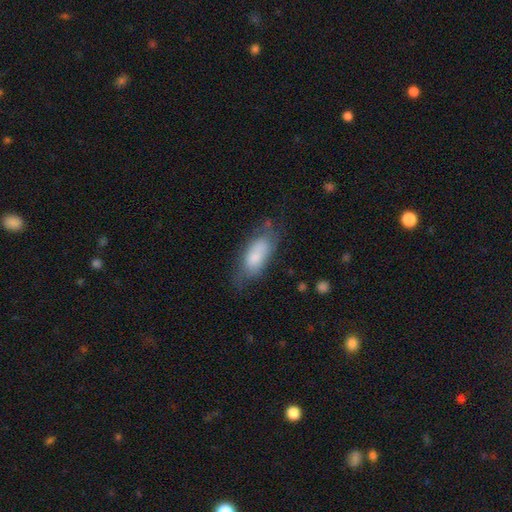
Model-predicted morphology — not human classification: This appears to be a smooth galaxy with no disk features (71%) that is in between round and cigar-shaped (82%). Merging: none (58%).